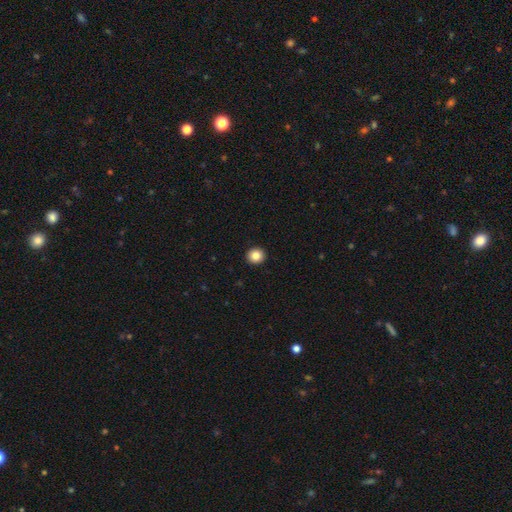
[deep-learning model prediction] This is clearly a smooth galaxy (85%). How rounded: clearly round (89%). Merging: clearly none (93%).